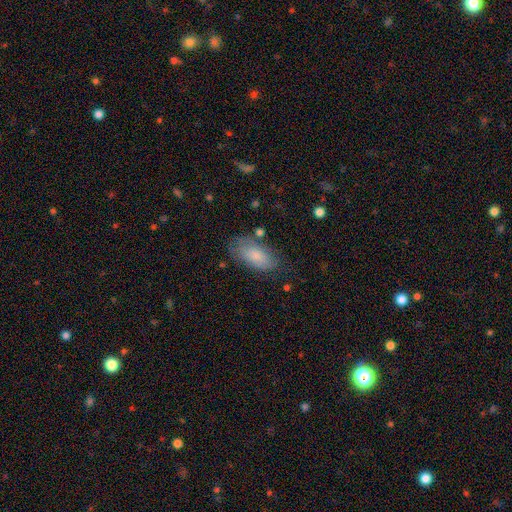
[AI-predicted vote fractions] Smooth or featured: smooth — 80% (featured or disk — 13%)
How rounded: in between — 92% (cigar-shaped — 5%)
Merging: none — 68% (minor disturbance — 22%)